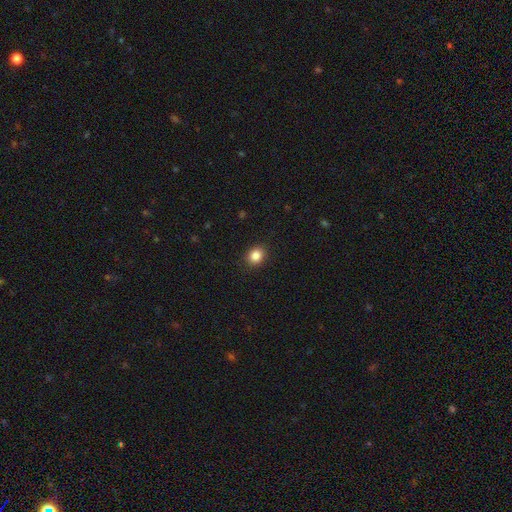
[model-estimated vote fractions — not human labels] Smooth or featured? Predicted: smooth (p=0.86). How rounded? Predicted: round (p=0.60). Merging? Predicted: none (p=0.89).